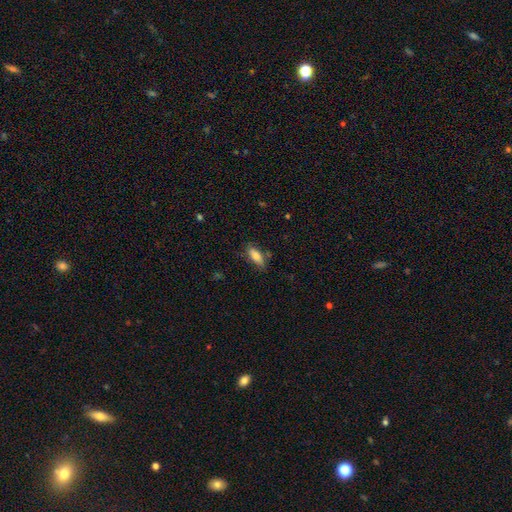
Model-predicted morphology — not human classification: smooth 78%, featured or disk 15%, star or artifact 7%. Down the decision tree: how rounded — in between (74%); merging — none (73%).